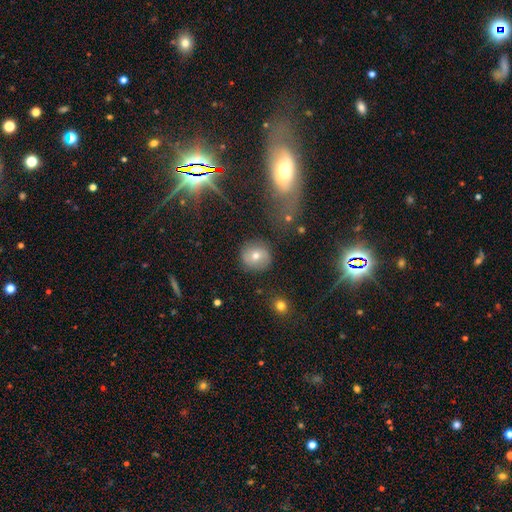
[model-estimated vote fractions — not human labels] smooth_or_featured: smooth (p=0.66) [alt: featured or disk p=0.22]
how_rounded: round (p=0.89) [alt: in between p=0.10]
merging: none (p=0.83) [alt: minor disturbance p=0.11]